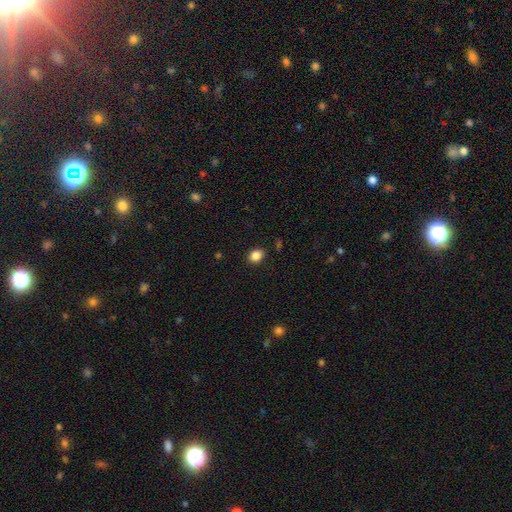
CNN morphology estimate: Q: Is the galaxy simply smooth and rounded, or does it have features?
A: smooth — 86%.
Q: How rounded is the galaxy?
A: in between — 56%.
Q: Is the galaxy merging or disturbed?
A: none — 87%.